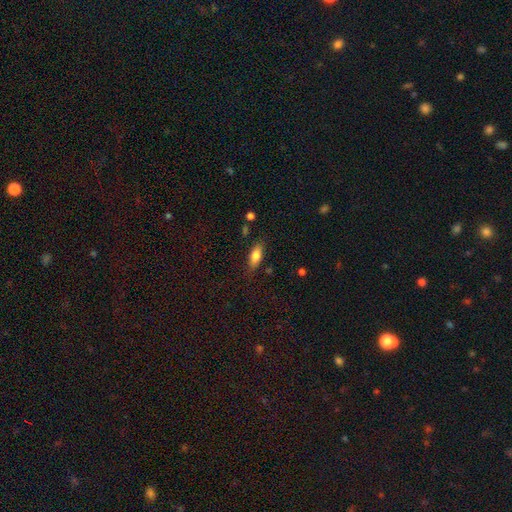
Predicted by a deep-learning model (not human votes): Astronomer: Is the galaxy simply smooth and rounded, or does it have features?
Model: smooth — 77%.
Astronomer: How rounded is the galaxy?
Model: in between — 77%.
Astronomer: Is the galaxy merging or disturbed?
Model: none — 80%.